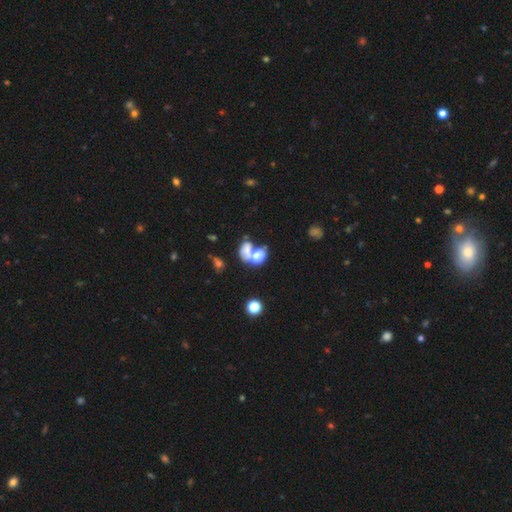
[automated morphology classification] Smooth or featured? Predicted: smooth (p=0.62). How rounded? Predicted: in between (p=0.70). Merging? Predicted: merger (p=0.67).